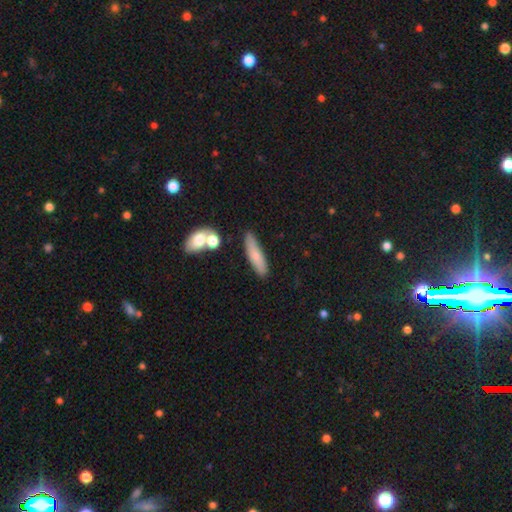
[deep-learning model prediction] smooth_or_featured: smooth (p=0.72) [alt: featured or disk p=0.20]
how_rounded: cigar-shaped (p=0.75) [alt: in between p=0.22]
merging: none (p=0.78) [alt: minor disturbance p=0.11]